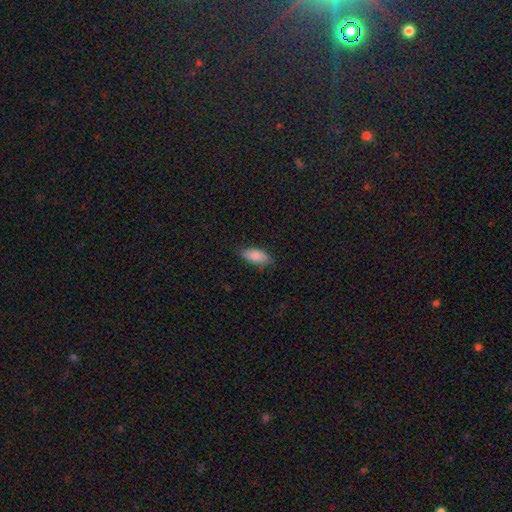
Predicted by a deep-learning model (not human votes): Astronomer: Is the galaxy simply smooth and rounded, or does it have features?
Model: smooth — 85%.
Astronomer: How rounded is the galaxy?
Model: in between — 85%.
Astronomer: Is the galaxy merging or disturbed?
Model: none — 82%.